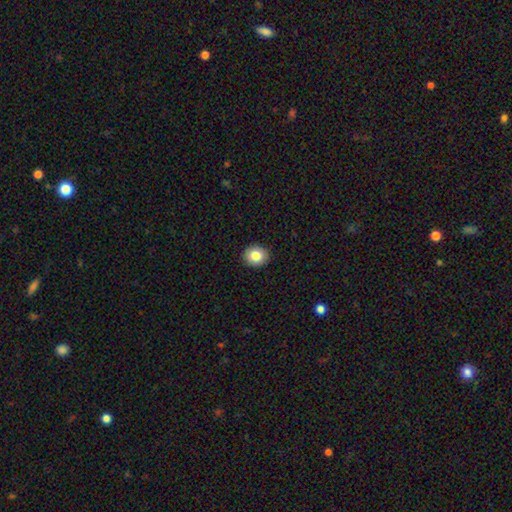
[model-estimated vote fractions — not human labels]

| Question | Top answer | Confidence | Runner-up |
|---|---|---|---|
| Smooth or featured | smooth | 83% | star or artifact (9%) |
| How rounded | round | 71% | in between (28%) |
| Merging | none | 92% | minor disturbance (6%) |